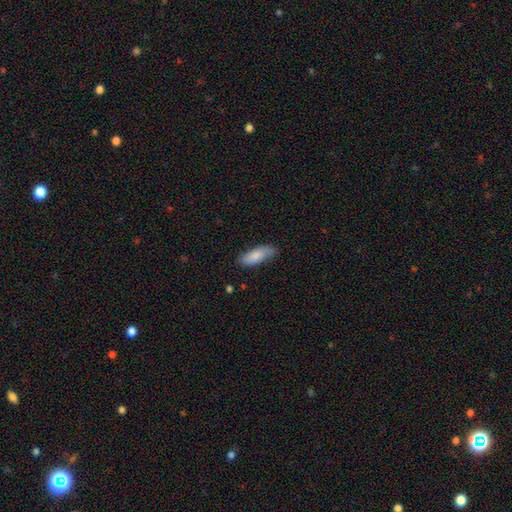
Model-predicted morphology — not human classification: This appears to be a smooth galaxy with no disk features (83%) that is in between round and cigar-shaped (69%). Merging: none (76%).